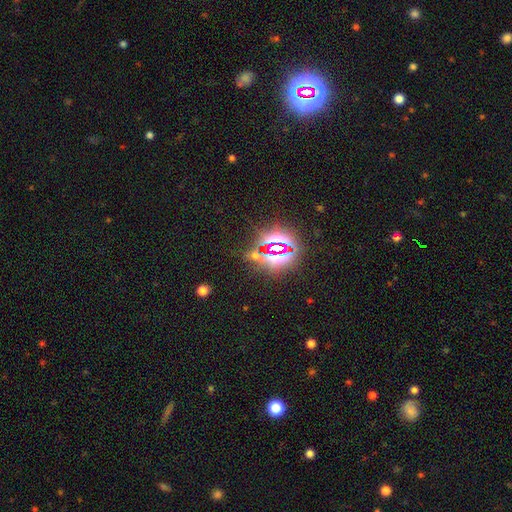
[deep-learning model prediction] The model was most divided on "smooth or featured": star or artifact: 78%, smooth: 15%, featured or disk: 8%.